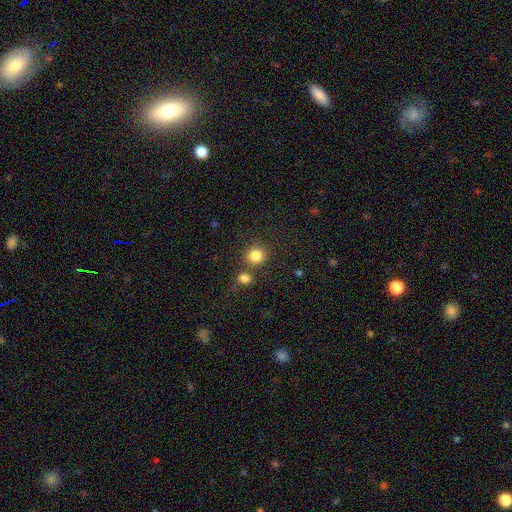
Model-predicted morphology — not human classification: smooth-or-featured: smooth: 84% | star or artifact: 11% | featured or disk: 5%
  how-rounded: round: 88% | in between: 11% | cigar-shaped: 1%
  merging: none: 73% | merger: 15% | minor disturbance: 9% | major disturbance: 3%